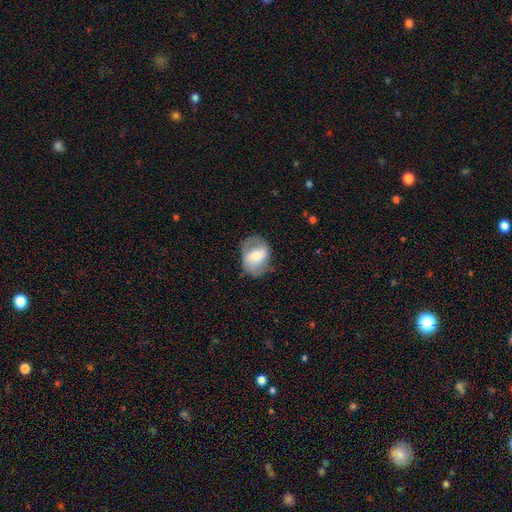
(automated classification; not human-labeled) smooth-or-featured: smooth: 48% | featured or disk: 45% | star or artifact: 7%
  merging: none: 63% | minor disturbance: 25% | major disturbance: 12% | merger: 1%